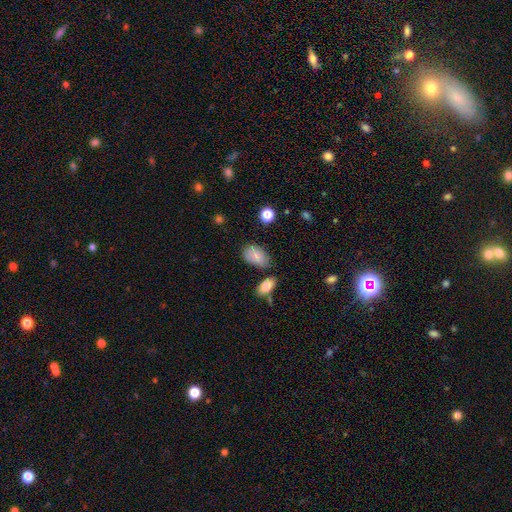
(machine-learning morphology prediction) A smooth galaxy with no disk features (80%) that is in between round and cigar-shaped (89%).

Vote fractions:
- Smooth or featured? smooth: 80% / featured or disk: 11% / star or artifact: 9%
- How rounded? in between: 89% / round: 9% / cigar-shaped: 2%
- Merging? none: 61% / minor disturbance: 25% / merger: 8% / major disturbance: 6%